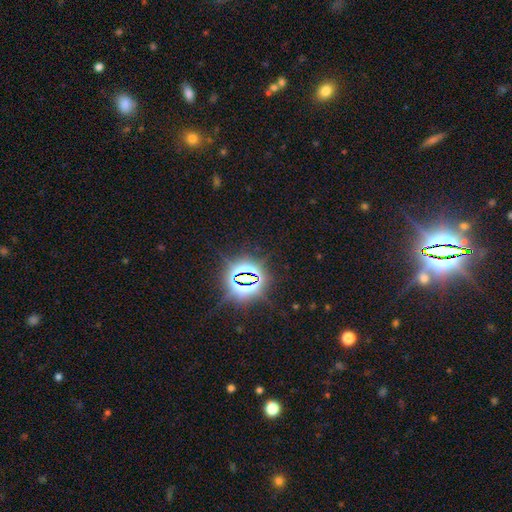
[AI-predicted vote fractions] The model was most divided on "smooth or featured": star or artifact: 83%, smooth: 10%, featured or disk: 7%.